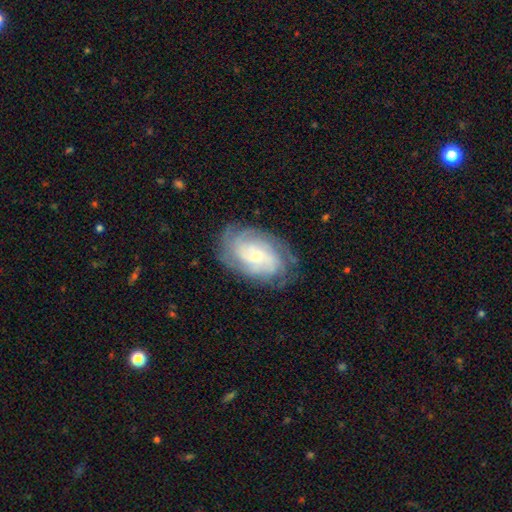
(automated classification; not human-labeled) This appears to be a featured or disk galaxy (80%) with no bar (67%), tight (66%) spiral arms (95%) and a small central bulge (71%). Merging: none (77%).